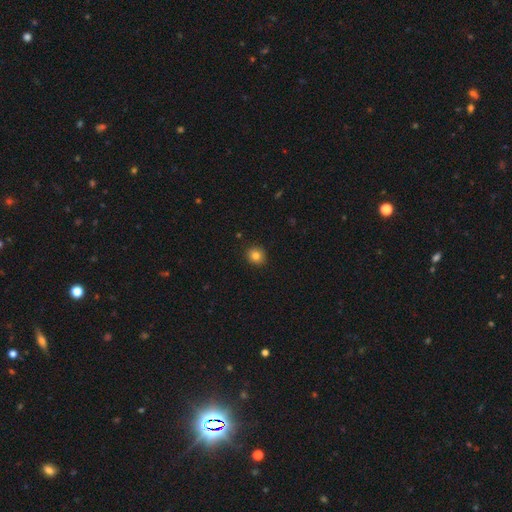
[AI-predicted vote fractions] Smooth or featured? smooth (82%)
How rounded? round (83%)
Merging? none (91%)